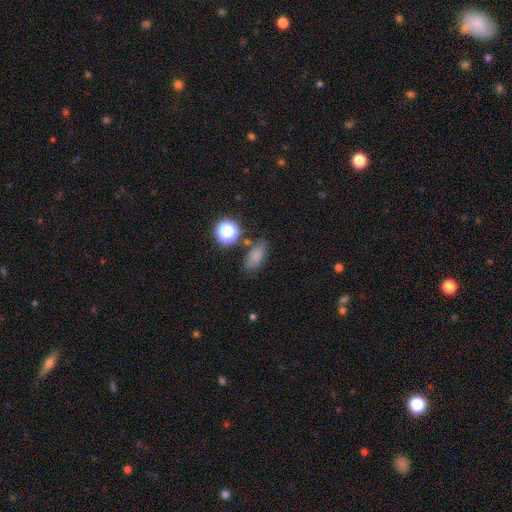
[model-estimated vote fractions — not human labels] smooth 75%, star or artifact 15%, featured or disk 9%. Down the decision tree: how rounded — in between (76%); merging — none (69%).